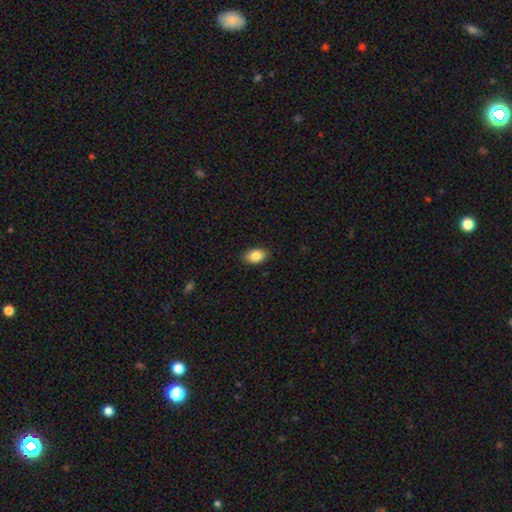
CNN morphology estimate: Smooth or featured? Predicted: smooth (p=0.86). How rounded? Predicted: in between (p=0.89). Merging? Predicted: none (p=0.88).